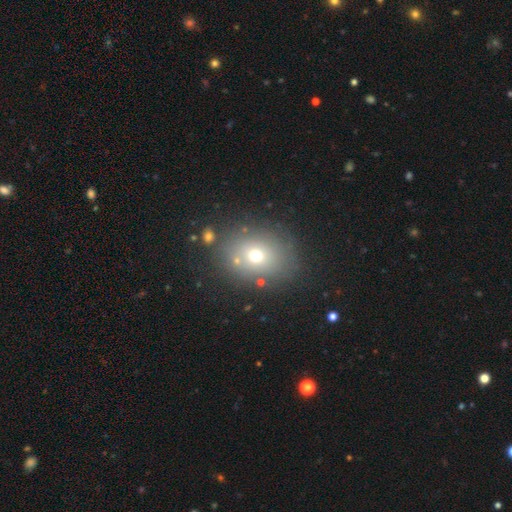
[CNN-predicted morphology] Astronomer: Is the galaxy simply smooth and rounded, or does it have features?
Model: smooth — 66%.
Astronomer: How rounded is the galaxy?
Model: round — 56% (runner-up: in between, 43%).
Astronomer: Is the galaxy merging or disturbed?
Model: none — 78%.